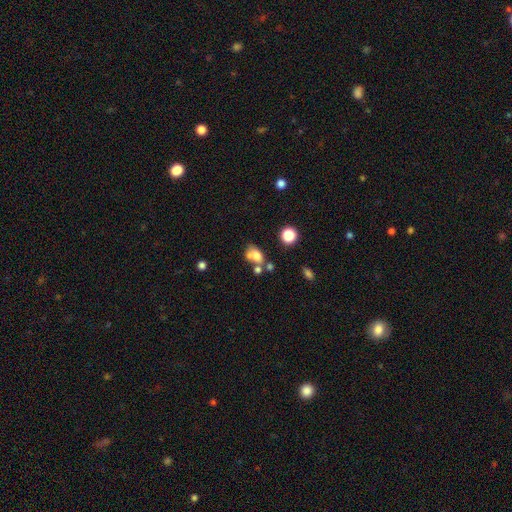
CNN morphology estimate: A smooth galaxy with no disk features (69%) that is in between round and cigar-shaped (71%).

Vote fractions:
- Smooth or featured? smooth: 69% / featured or disk: 18% / star or artifact: 13%
- How rounded? in between: 71% / round: 27% / cigar-shaped: 2%
- Merging? merger: 39% / none: 33% / minor disturbance: 16% / major disturbance: 12%